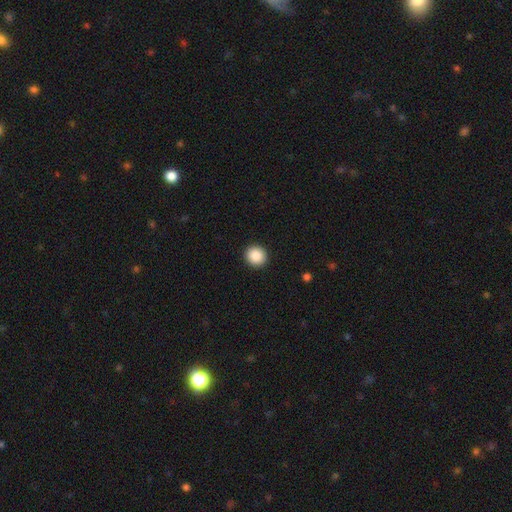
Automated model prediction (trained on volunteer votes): This is clearly a smooth galaxy (87%). How rounded: clearly round (92%). Merging: clearly none (93%).